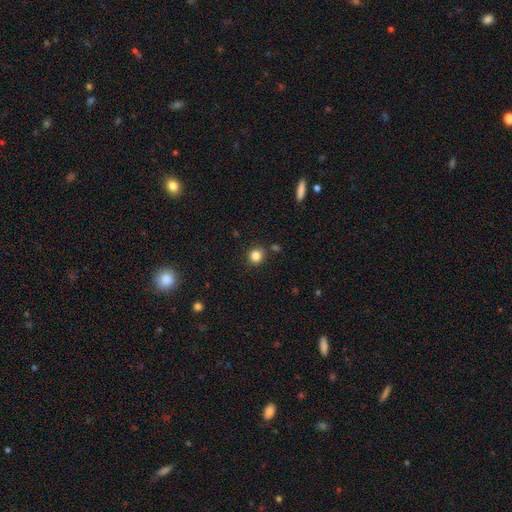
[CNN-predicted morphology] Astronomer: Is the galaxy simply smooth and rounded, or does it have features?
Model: smooth — 83%.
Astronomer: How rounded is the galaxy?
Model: round — 85%.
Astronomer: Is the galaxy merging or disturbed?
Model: none — 84%.